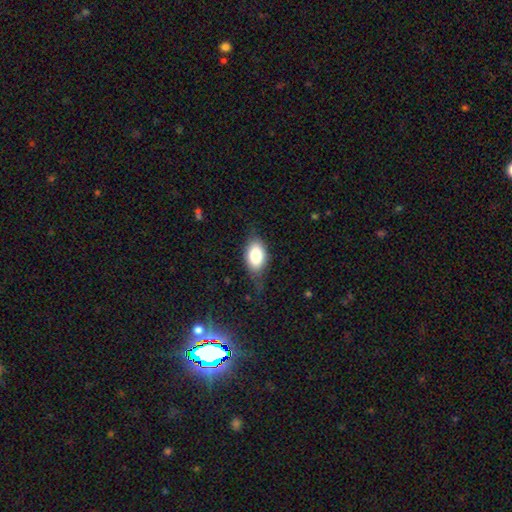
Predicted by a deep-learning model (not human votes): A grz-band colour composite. It shows a smooth galaxy with no disk features (76%) that is in between round and cigar-shaped (88%). Merging: none (60%).